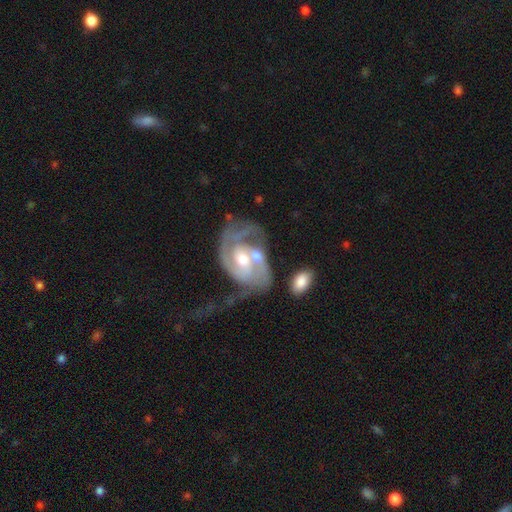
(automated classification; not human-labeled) smooth-or-featured: featured or disk: 85% | smooth: 10% | star or artifact: 5%
  disk-edge-on: no: 97% | yes: 3%
    bar: no: 55% | weak: 35% | strong: 10%
    has-spiral-arms: yes: 92% | no: 8%
      spiral-winding: medium: 42% (tied) | tight: 42% (tied) | loose: 16%
      spiral-arm-count: 2: 62% | can't tell: 15% | 1: 10% | 3: 8% | 4: 2% | more than 4: 2%
    bulge-size: moderate: 67% | small: 22% | large: 8% | none: 2% | dominant: 1%
  merging: merger: 31% | none: 27% | major disturbance: 24% | minor disturbance: 17%